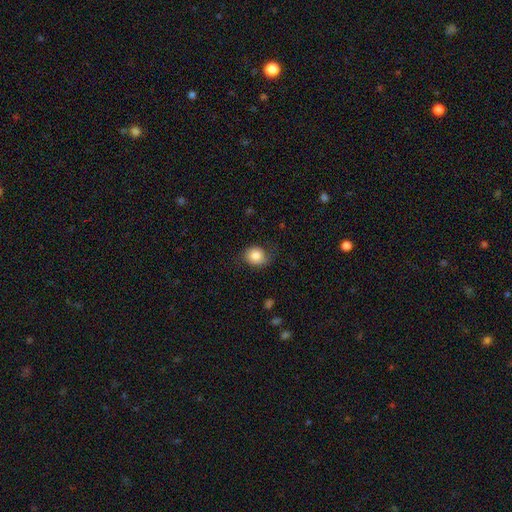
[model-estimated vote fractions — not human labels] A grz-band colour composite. It shows a smooth galaxy with no disk features (80%) that is round (64%). Merging: none (65%).